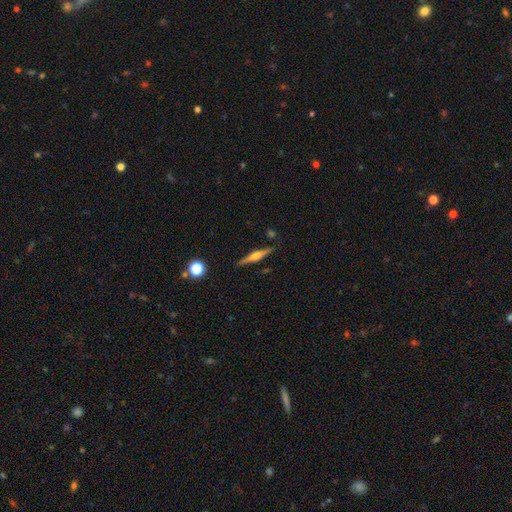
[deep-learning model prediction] Smooth or featured: featured or disk — 71% (smooth — 22%)
Edge-on disk: yes — 98% (no — 2%)
Edge-on bulge: rounded — 85% (boxy — 11%)
Merging: none — 88% (minor disturbance — 8%)